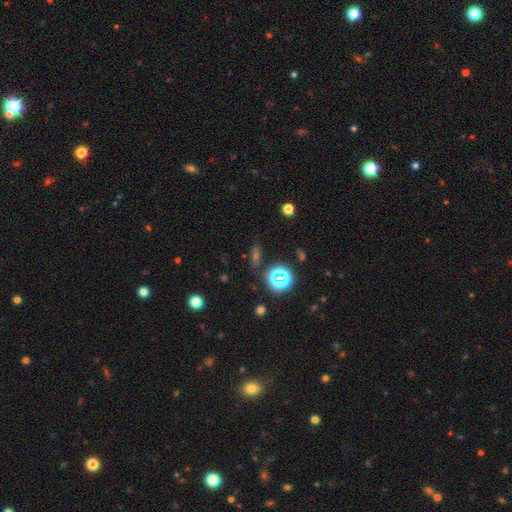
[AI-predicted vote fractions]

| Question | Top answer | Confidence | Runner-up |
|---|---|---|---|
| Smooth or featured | star or artifact | 51% | smooth (33%) |